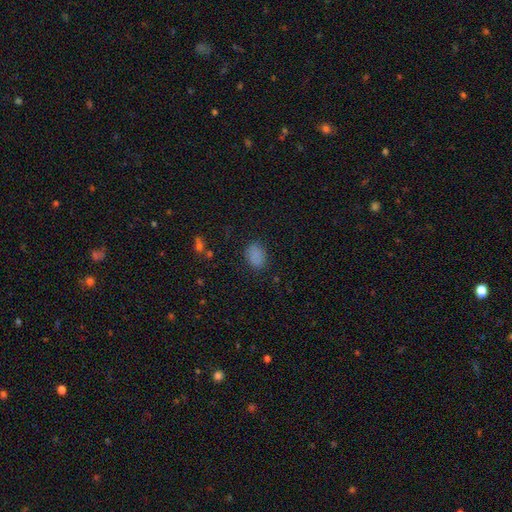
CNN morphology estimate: smooth_or_featured: smooth (p=0.83) [alt: star or artifact p=0.12]
how_rounded: in between (p=0.75) [alt: round p=0.24]
merging: none (p=0.82) [alt: minor disturbance p=0.13]